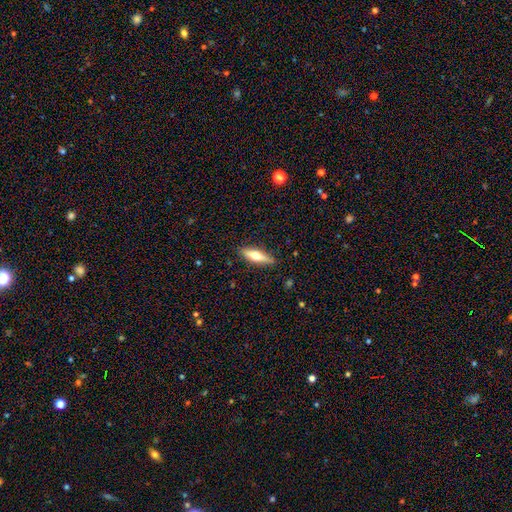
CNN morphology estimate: The model was most divided on "smooth or featured": smooth: 49%, featured or disk: 45%, star or artifact: 6%. More confident: merging — none (87%).